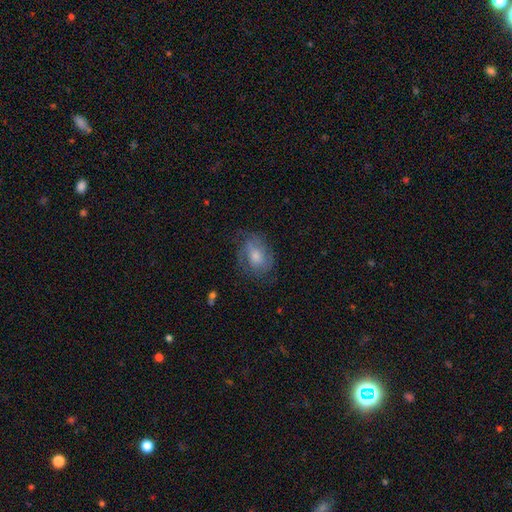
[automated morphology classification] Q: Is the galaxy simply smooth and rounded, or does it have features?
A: featured or disk — 59%.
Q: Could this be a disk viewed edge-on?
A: no — 96%.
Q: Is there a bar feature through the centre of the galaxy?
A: no — 66%.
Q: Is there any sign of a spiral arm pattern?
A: yes — 83%.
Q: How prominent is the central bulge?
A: moderate — 56%.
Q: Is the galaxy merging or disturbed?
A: none — 68%.